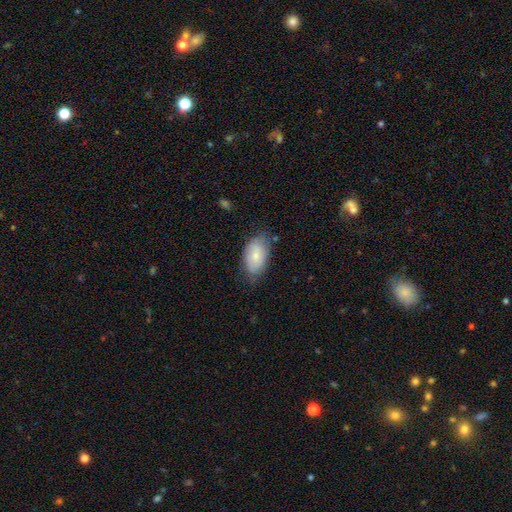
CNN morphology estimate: smooth 72%, featured or disk 21%, star or artifact 6%. Down the decision tree: how rounded — in between (92%); merging — none (66%).